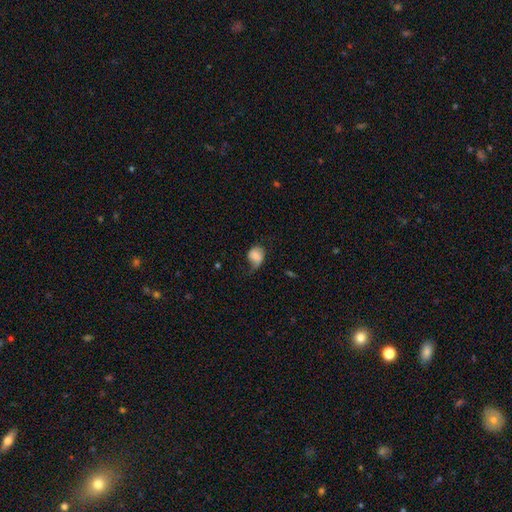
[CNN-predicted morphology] This is likely a smooth galaxy (73%). How rounded: possibly in between (51%). Merging: marginally minor disturbance (38%).